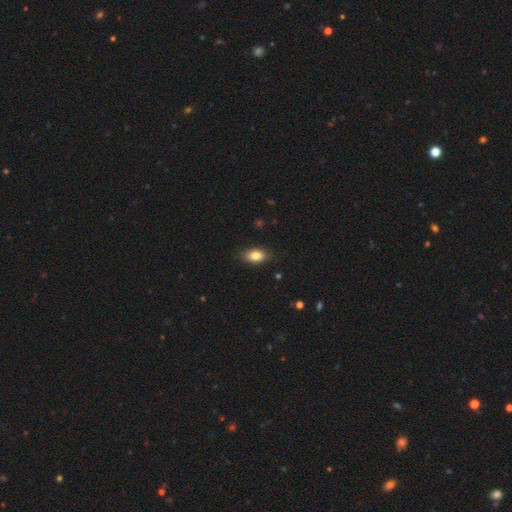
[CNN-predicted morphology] Smooth or featured? Predicted: smooth (p=0.83). How rounded? Predicted: in between (p=0.88). Merging? Predicted: none (p=0.86).